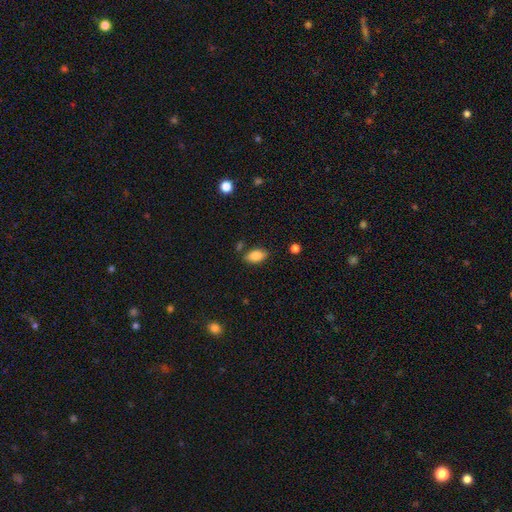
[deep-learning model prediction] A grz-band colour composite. It shows a smooth galaxy with no disk features (84%) that is in between round and cigar-shaped (91%). Merging: none (81%).